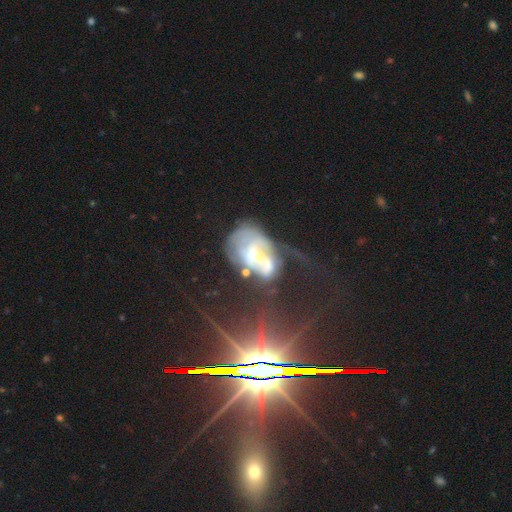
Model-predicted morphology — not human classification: Overall: featured or disk (62%). Edge-on disk: no (95%). Bar: no (52%; weak 32%). Spiral arms: yes (58%; no 42%). Bulge size: small (35%; moderate 30%). Merging: major disturbance (42%; none 24%).